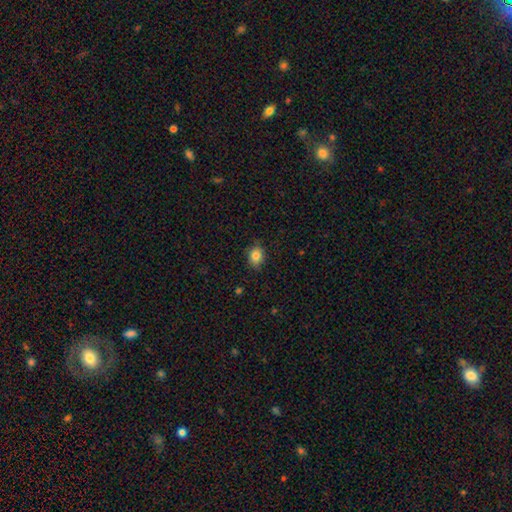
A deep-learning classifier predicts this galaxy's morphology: This is clearly a smooth galaxy (83%). How rounded: possibly in between (59%). Merging: clearly none (83%).